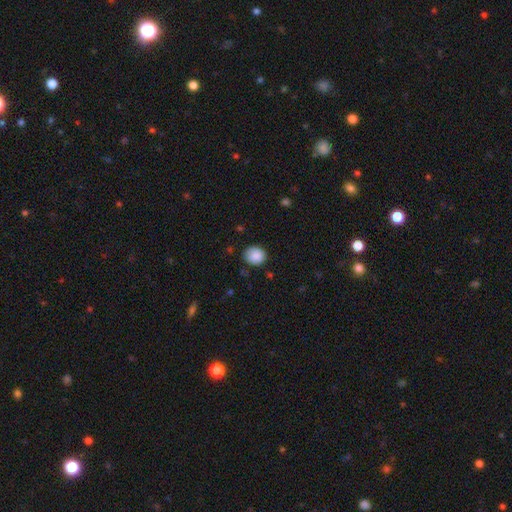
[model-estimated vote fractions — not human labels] Morphology: type=smooth (87%); roundness=round (76%); merging=none (78%).